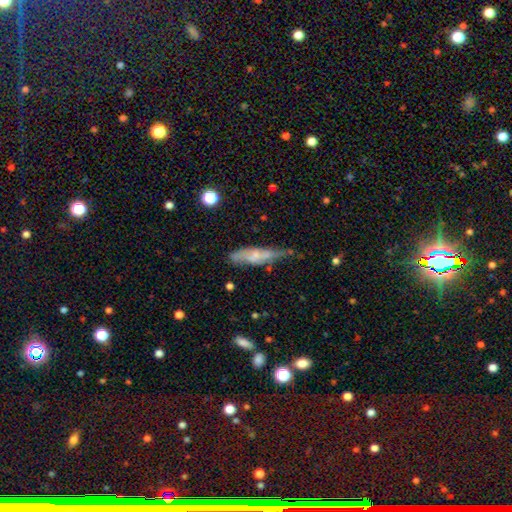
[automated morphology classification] This is possibly a smooth galaxy (47%). Merging: marginally none (41%).